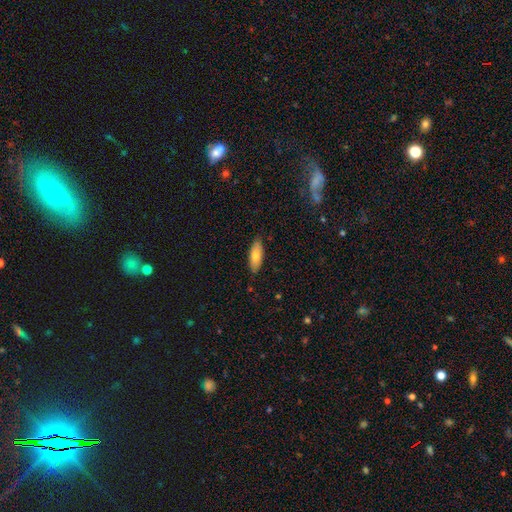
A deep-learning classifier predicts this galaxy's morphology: Q: Smooth or featured?
A: smooth (75%); runner-up: featured or disk (19%)
Q: How rounded?
A: in between (75%); runner-up: cigar-shaped (23%)
Q: Merging?
A: none (83%); runner-up: minor disturbance (14%)